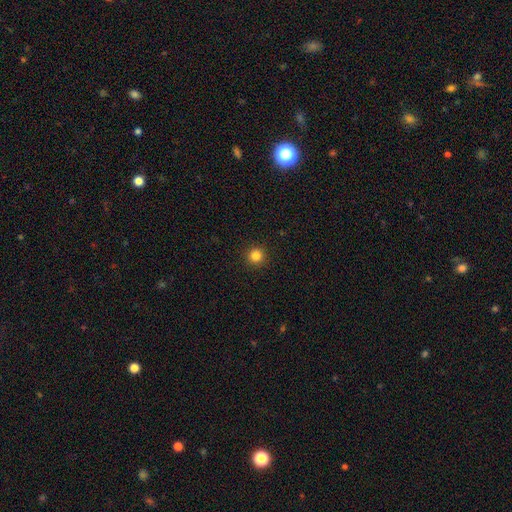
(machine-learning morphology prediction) A smooth galaxy with no disk features (83%) that is round (95%). Merging: none (93%).